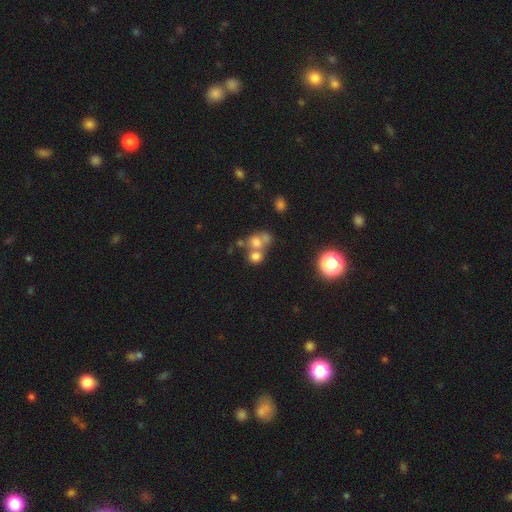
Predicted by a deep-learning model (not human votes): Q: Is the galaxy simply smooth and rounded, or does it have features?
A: smooth — 69%.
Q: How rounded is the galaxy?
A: round — 73%.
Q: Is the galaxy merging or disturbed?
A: merger — 53%.